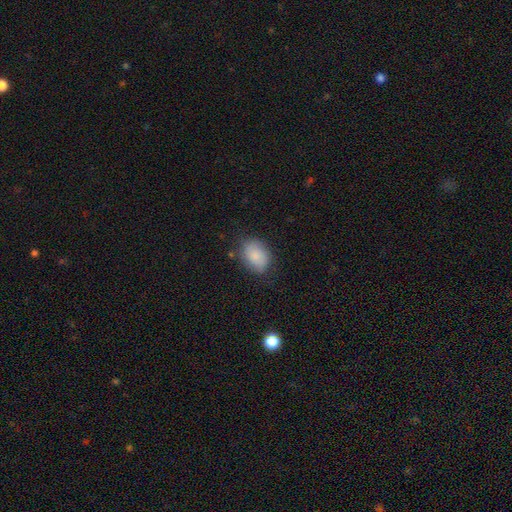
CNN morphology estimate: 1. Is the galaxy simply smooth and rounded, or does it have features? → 81% smooth, 11% featured or disk, 8% star or artifact.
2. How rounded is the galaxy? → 73% in between, 26% round, 1% cigar-shaped.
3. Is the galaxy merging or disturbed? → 73% none, 20% minor disturbance, 5% major disturbance, 2% merger.